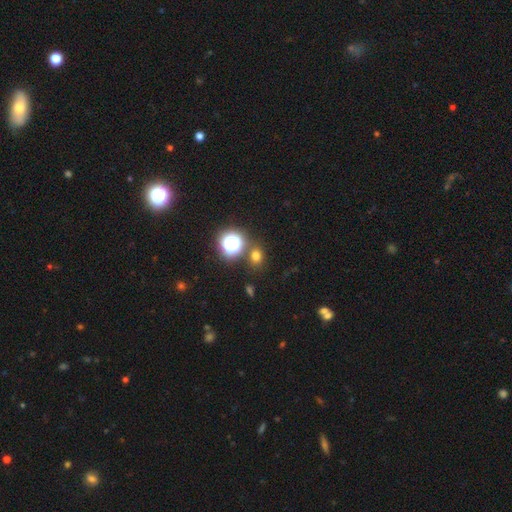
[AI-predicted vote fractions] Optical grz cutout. It shows a smooth galaxy with no disk features (68%) that is round (64%). Merging: none (79%).